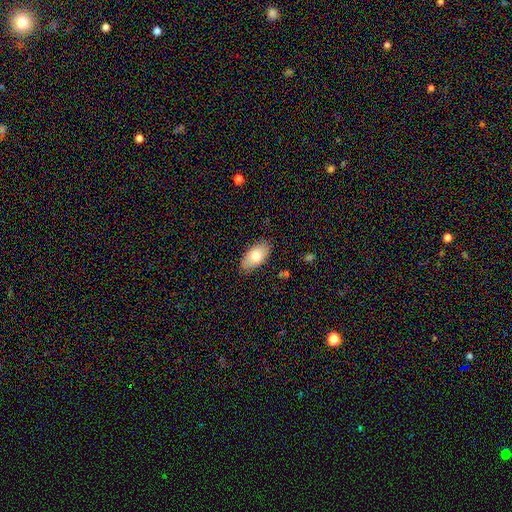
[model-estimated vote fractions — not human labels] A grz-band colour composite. It shows a smooth galaxy with no disk features (77%) that is in between round and cigar-shaped (94%). Merging: none (86%).